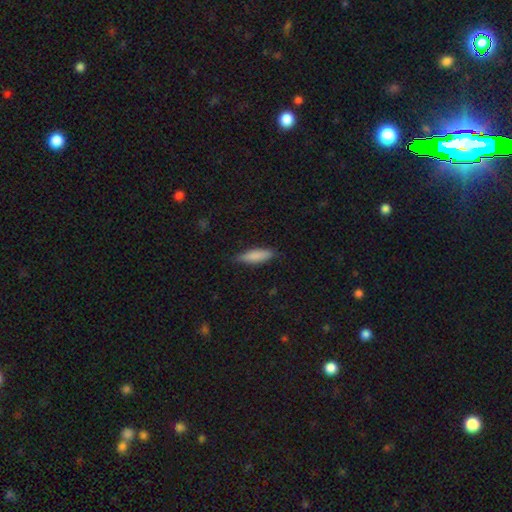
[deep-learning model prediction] Smooth or featured: smooth — 83% (featured or disk — 12%)
How rounded: cigar-shaped — 63% (in between — 35%)
Merging: none — 84% (minor disturbance — 13%)